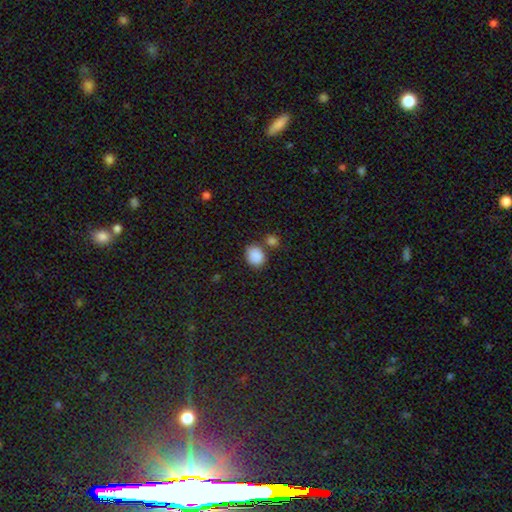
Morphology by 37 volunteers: smooth-or-featured: smooth: 95% | star or artifact: 5% | featured or disk: 0%
  how-rounded: round: 57% | in between: 43% | cigar-shaped: 0%
  merging: none: 69% | merger: 14% | minor disturbance: 11% | major disturbance: 6%